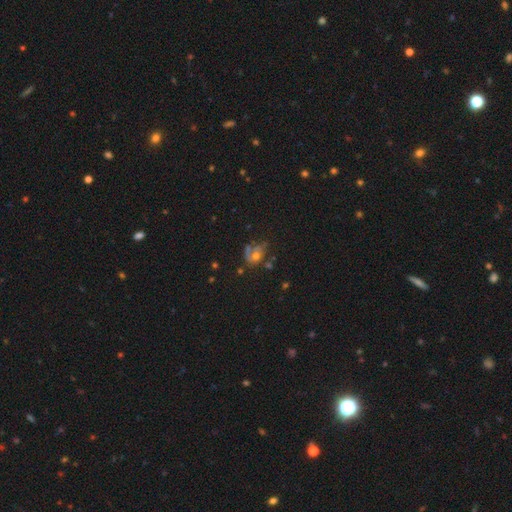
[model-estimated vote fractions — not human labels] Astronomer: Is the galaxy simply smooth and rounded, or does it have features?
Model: featured or disk — 51% (runner-up: smooth, 35%).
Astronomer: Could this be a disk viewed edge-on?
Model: no — 97%.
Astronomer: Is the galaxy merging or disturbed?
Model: none — 35%, tied with major disturbance at 35%.